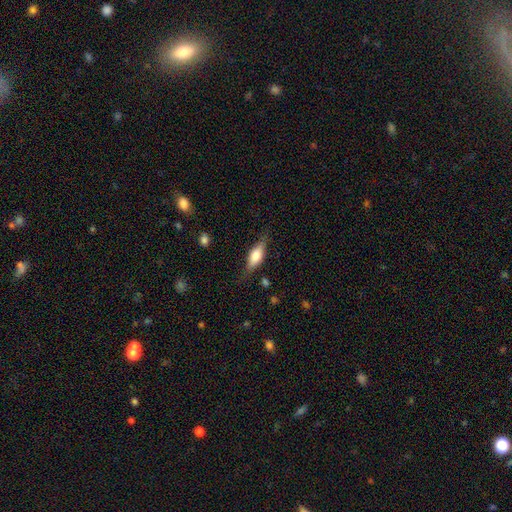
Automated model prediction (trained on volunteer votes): Morphology: type=smooth (54%); roundness=in between (63%); merging=none (76%).